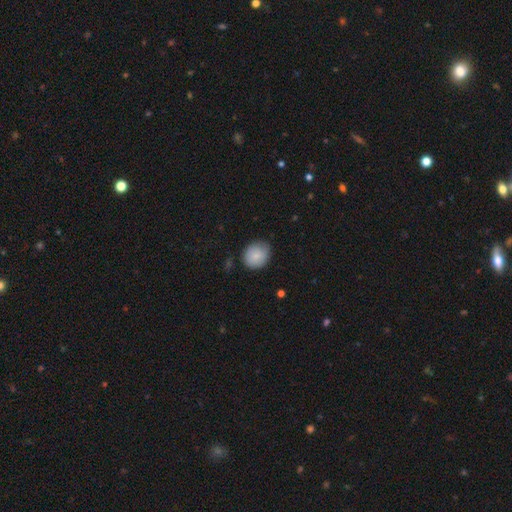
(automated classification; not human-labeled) This appears to be a smooth galaxy with no disk features (82%) that is round (73%). Merging: none (71%).